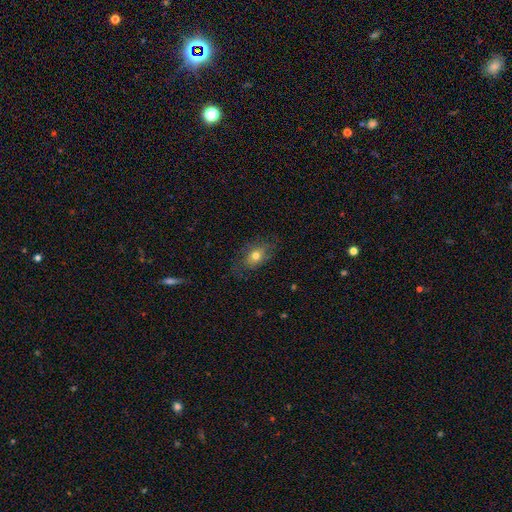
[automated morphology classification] This is likely a smooth galaxy (68%). How rounded: likely in between (79%). Merging: likely none (70%).